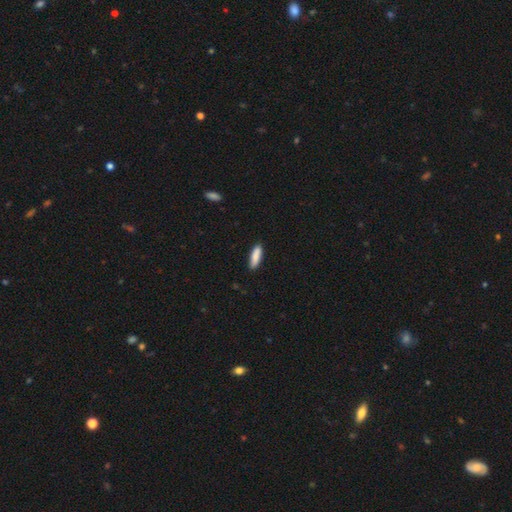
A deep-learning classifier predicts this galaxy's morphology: A smooth galaxy with no disk features (86%) that is cigar-shaped (58%).

Vote fractions:
- Smooth or featured? smooth: 86% / featured or disk: 8% / star or artifact: 6%
- How rounded? cigar-shaped: 58% / in between: 40% / round: 2%
- Merging? none: 87% / minor disturbance: 10% / major disturbance: 2% / merger: 1%